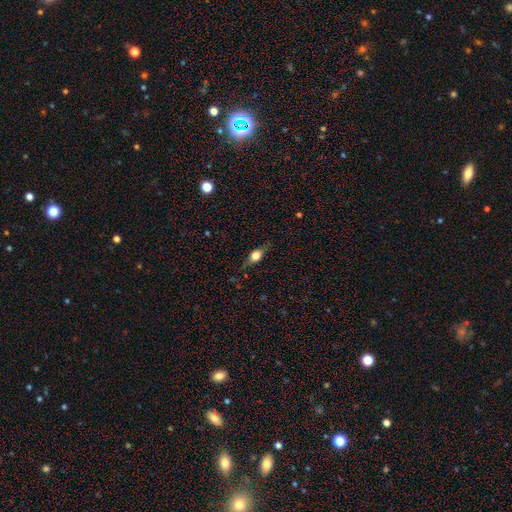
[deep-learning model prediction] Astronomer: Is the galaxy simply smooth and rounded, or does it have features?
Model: smooth — 55% (runner-up: featured or disk, 35%).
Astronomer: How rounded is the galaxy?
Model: in between — 61%.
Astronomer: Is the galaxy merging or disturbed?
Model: none — 76%.